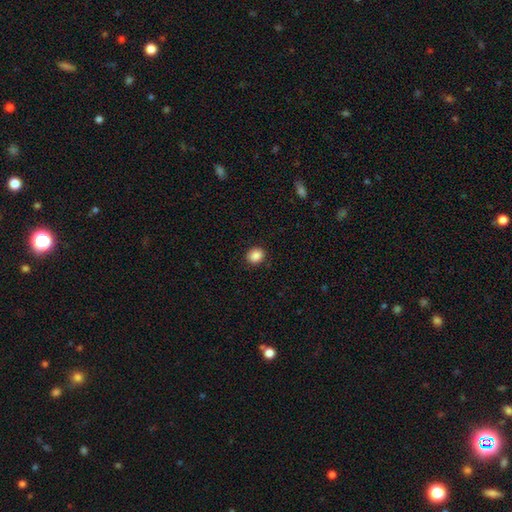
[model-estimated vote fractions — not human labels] Q: Smooth or featured?
A: smooth (88%); runner-up: star or artifact (9%)
Q: How rounded?
A: round (69%); runner-up: in between (30%)
Q: Merging?
A: none (90%); runner-up: minor disturbance (7%)